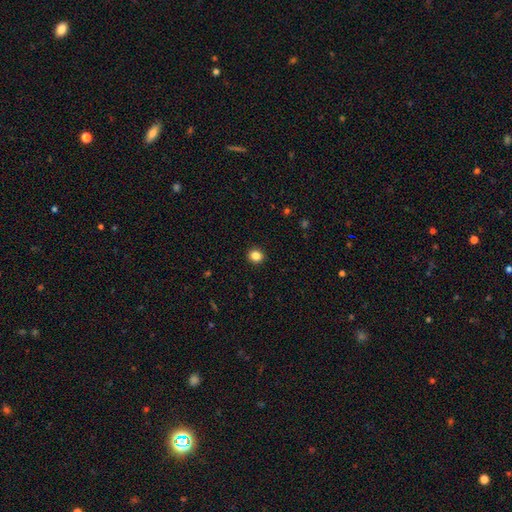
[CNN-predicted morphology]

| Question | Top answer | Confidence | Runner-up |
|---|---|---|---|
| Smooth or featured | smooth | 84% | star or artifact (11%) |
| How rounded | round | 83% | in between (16%) |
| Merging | none | 92% | minor disturbance (5%) |